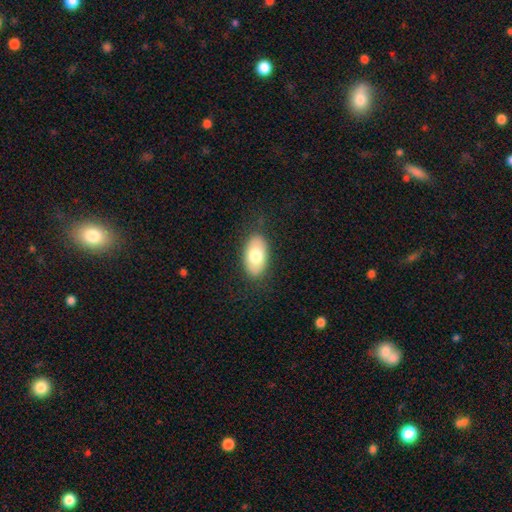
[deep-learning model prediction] A smooth galaxy with no disk features (75%) that is in between round and cigar-shaped (94%). Merging: none (84%).